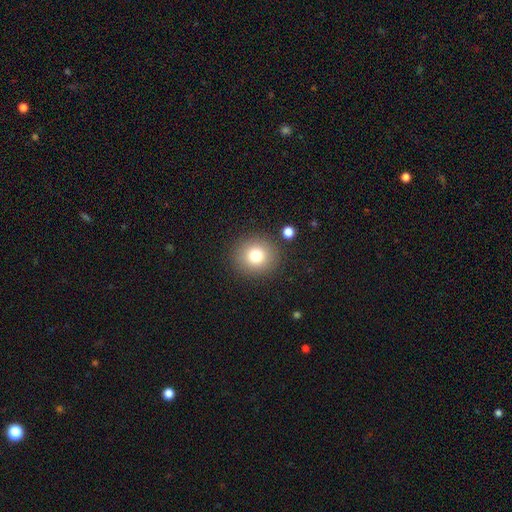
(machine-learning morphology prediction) This is likely a smooth galaxy (79%). How rounded: clearly round (87%). Merging: clearly none (87%).